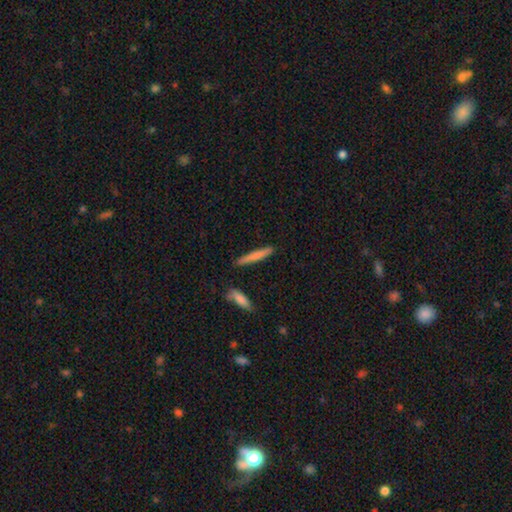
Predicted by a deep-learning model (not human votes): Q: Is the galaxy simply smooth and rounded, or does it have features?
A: smooth — 71%.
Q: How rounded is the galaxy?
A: cigar-shaped — 94%.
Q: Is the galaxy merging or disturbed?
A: none — 85%.